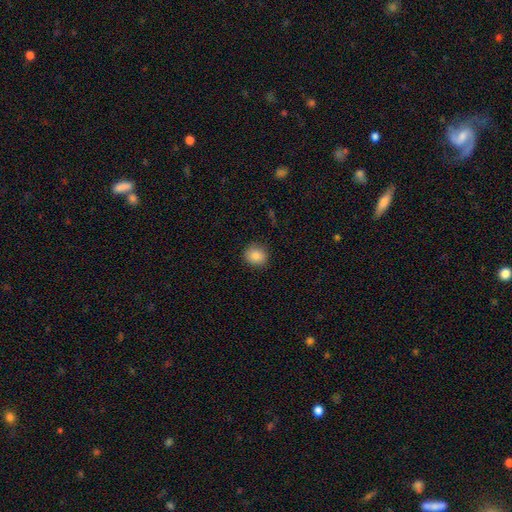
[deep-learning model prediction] smooth 85%, star or artifact 10%, featured or disk 5%. Down the decision tree: how rounded — round (80%); merging — none (89%).